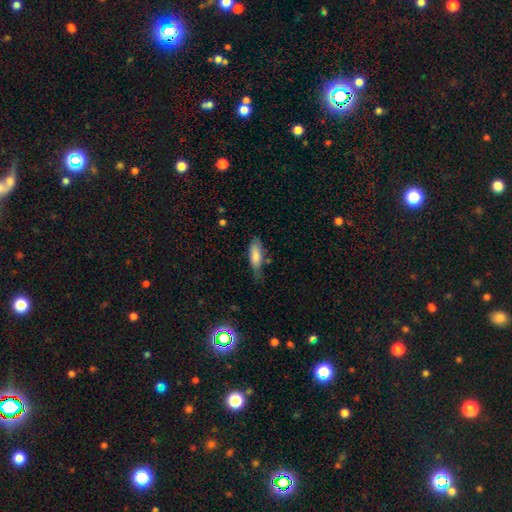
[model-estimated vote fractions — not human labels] A smooth galaxy with no disk features (79%) that is in between round and cigar-shaped (58%).

Vote fractions:
- Smooth or featured? smooth: 79% / featured or disk: 15% / star or artifact: 6%
- How rounded? in between: 58% / cigar-shaped: 40% / round: 2%
- Merging? none: 52% / minor disturbance: 35% / major disturbance: 10% / merger: 4%